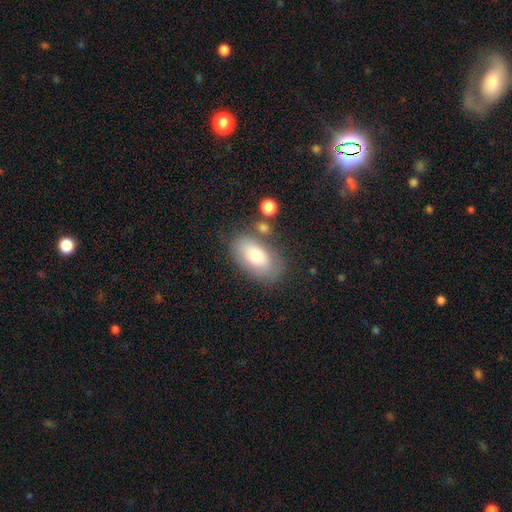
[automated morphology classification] A smooth galaxy with no disk features (71%) that is in between round and cigar-shaped (92%).

Vote fractions:
- Smooth or featured? smooth: 71% / featured or disk: 21% / star or artifact: 8%
- How rounded? in between: 92% / round: 6% / cigar-shaped: 2%
- Merging? none: 70% / minor disturbance: 16% / merger: 8% / major disturbance: 5%